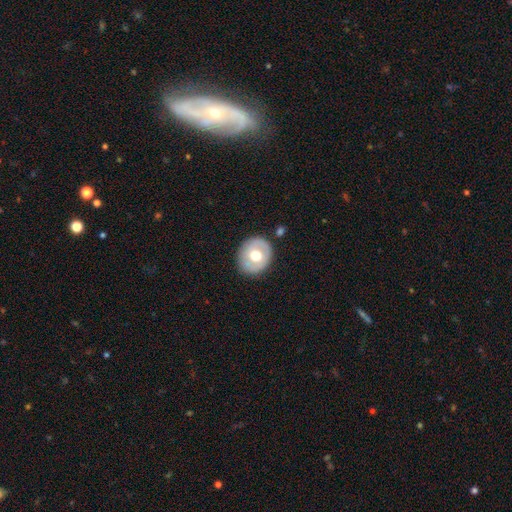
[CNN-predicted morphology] A smooth galaxy with no disk features (55%) that is round (75%). Merging: none (84%).